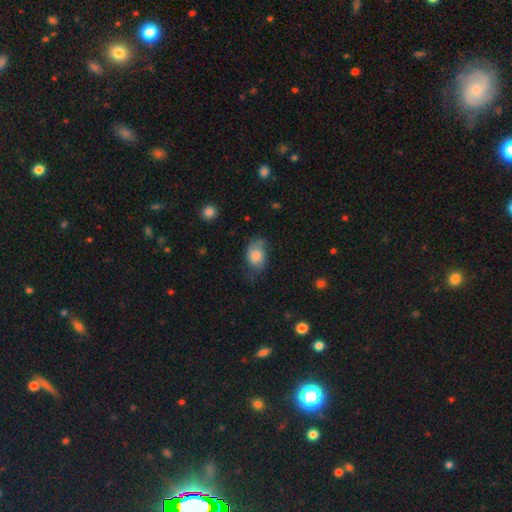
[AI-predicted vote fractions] A smooth galaxy with no disk features (72%) that is in between round and cigar-shaped (79%).

Vote fractions:
- Smooth or featured? smooth: 72% / featured or disk: 20% / star or artifact: 8%
- How rounded? in between: 79% / round: 19% / cigar-shaped: 1%
- Merging? none: 52% / minor disturbance: 32% / major disturbance: 14% / merger: 2%